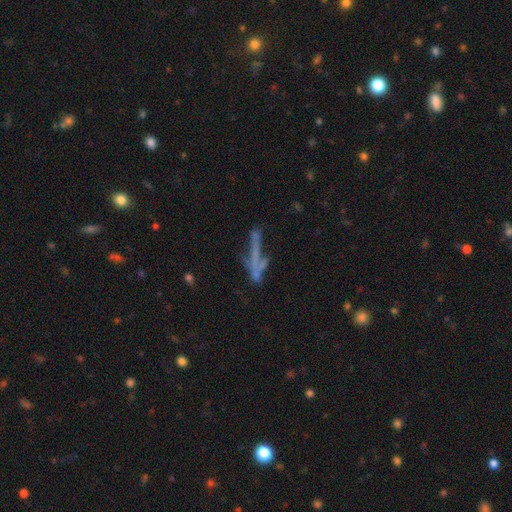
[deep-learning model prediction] A featured or disk galaxy (43%).

Vote fractions:
- Smooth or featured? featured or disk: 43% / smooth: 39% / star or artifact: 18%
- Merging? none: 44% / major disturbance: 21% / merger: 18% / minor disturbance: 17%